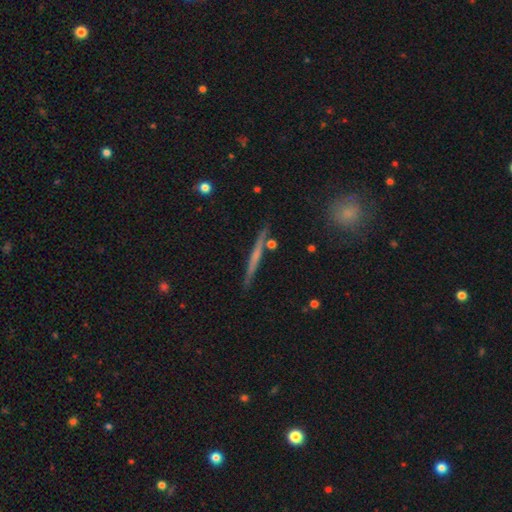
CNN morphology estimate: Q: Smooth or featured?
A: featured or disk (54%); runner-up: smooth (39%)
Q: Edge-on disk?
A: yes (97%); runner-up: no (3%)
Q: Edge-on bulge?
A: none (78%); runner-up: rounded (16%)
Q: Merging?
A: none (87%); runner-up: minor disturbance (8%)